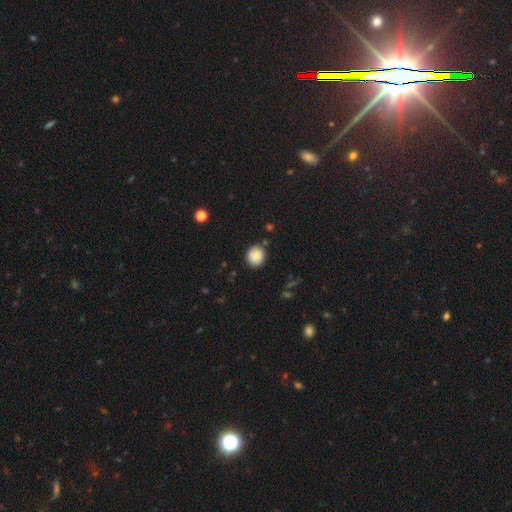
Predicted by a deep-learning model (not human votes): A smooth galaxy with no disk features (87%) that is round (84%).

Vote fractions:
- Smooth or featured? smooth: 87% / star or artifact: 9% / featured or disk: 5%
- How rounded? round: 84% / in between: 15% / cigar-shaped: 1%
- Merging? none: 86% / minor disturbance: 9% / merger: 3% / major disturbance: 2%